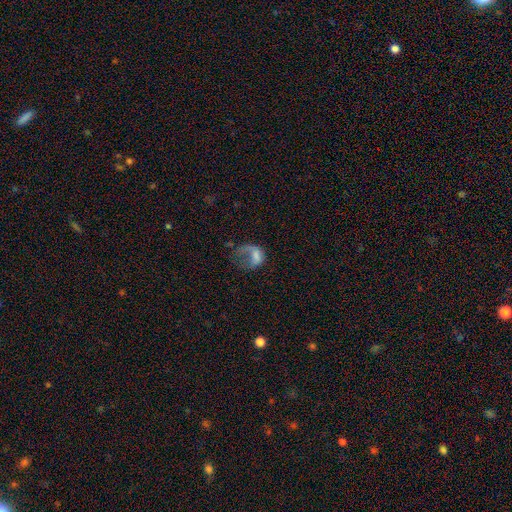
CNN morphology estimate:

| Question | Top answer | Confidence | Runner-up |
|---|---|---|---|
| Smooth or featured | smooth | 50% | featured or disk (38%) |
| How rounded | in between | 69% | round (29%) |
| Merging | major disturbance | 66% | none (15%) |